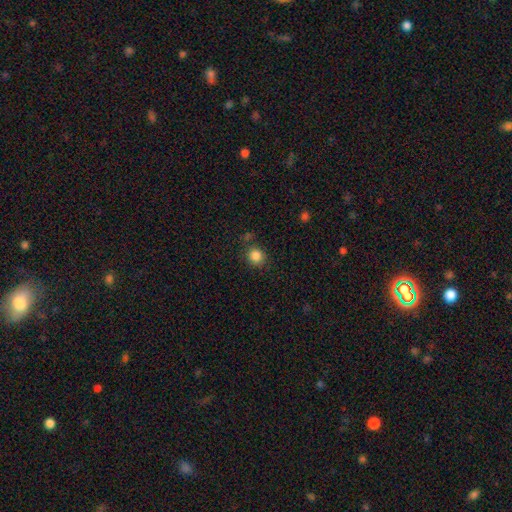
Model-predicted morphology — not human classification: smooth 85%, star or artifact 11%, featured or disk 4%. Down the decision tree: how rounded — round (87%); merging — none (81%).